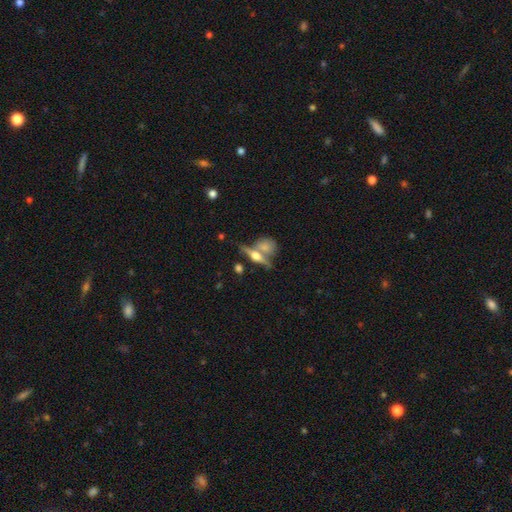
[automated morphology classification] Smooth or featured? featured or disk (62%)
Edge-on disk? yes (93%)
Edge-on bulge? rounded (92%)
Merging? none (60%)